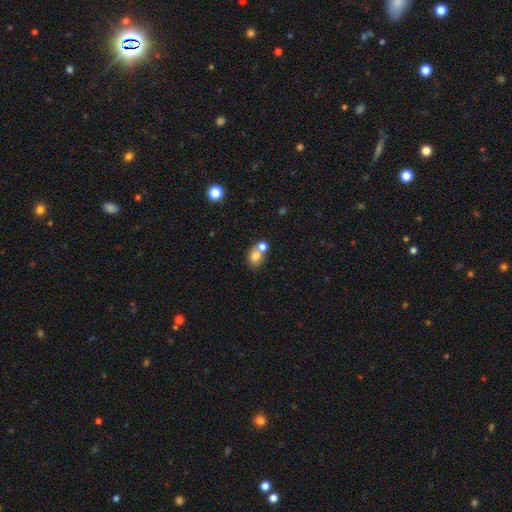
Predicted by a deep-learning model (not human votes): smooth_or_featured: smooth (p=0.77) [alt: featured or disk p=0.13]
how_rounded: round (p=0.61) [alt: in between p=0.38]
merging: merger (p=0.53) [alt: none p=0.36]